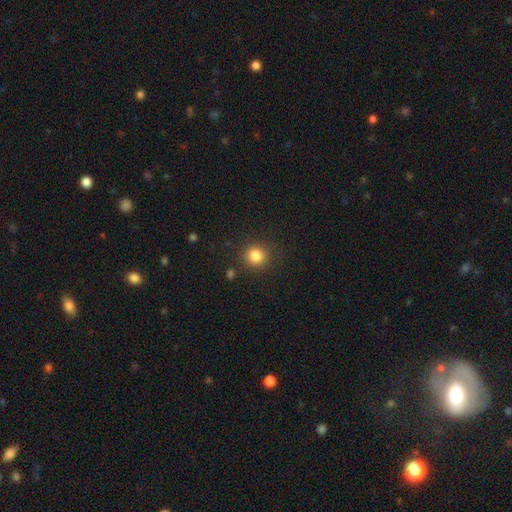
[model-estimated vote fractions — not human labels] This is clearly a smooth galaxy (84%). How rounded: clearly round (91%). Merging: clearly none (87%).